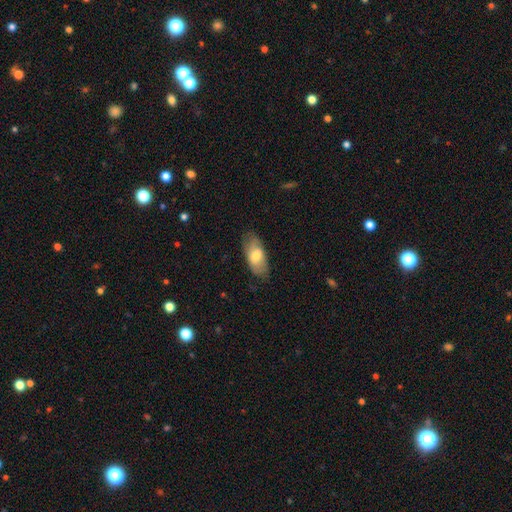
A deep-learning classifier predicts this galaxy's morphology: A smooth galaxy with no disk features (70%) that is in between round and cigar-shaped (88%). Merging: none (76%).